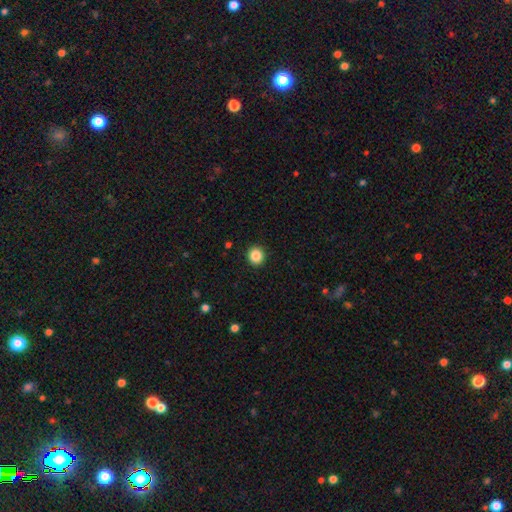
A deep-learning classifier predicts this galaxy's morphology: Q: Smooth or featured?
A: smooth (87%); runner-up: star or artifact (10%)
Q: How rounded?
A: round (89%); runner-up: in between (10%)
Q: Merging?
A: none (92%); runner-up: minor disturbance (5%)